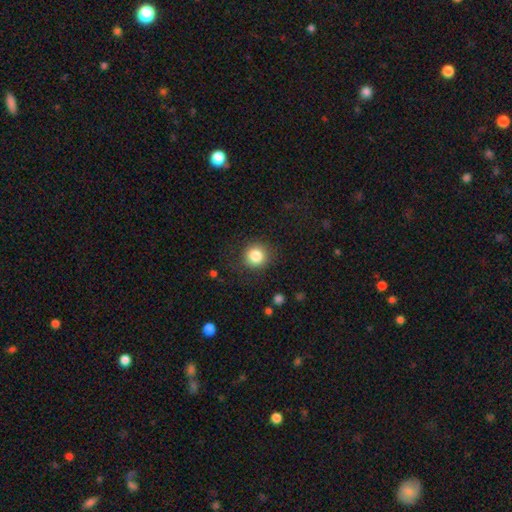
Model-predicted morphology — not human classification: Smooth or featured?
  - smooth: 84% *
  - star or artifact: 10%
  - featured or disk: 6%
How rounded?
  - round: 92% *
  - in between: 7%
  - cigar-shaped: 1%
Merging?
  - none: 86% *
  - minor disturbance: 9%
  - major disturbance: 4%
  - merger: 1%